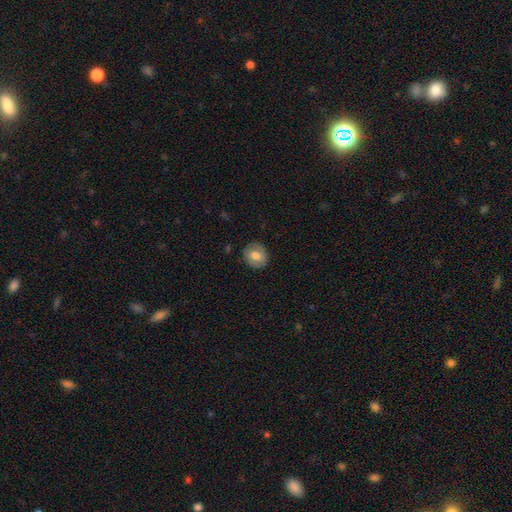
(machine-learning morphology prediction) A smooth galaxy with no disk features (67%) that is round (70%). Merging: none (85%).